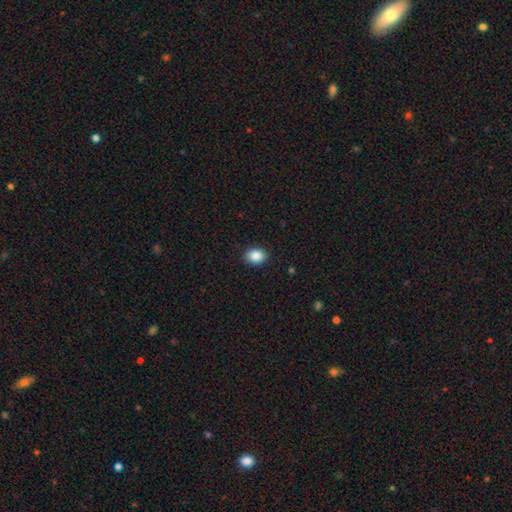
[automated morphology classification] A smooth galaxy with no disk features (88%) that is in between round and cigar-shaped (58%). Merging: none (90%).